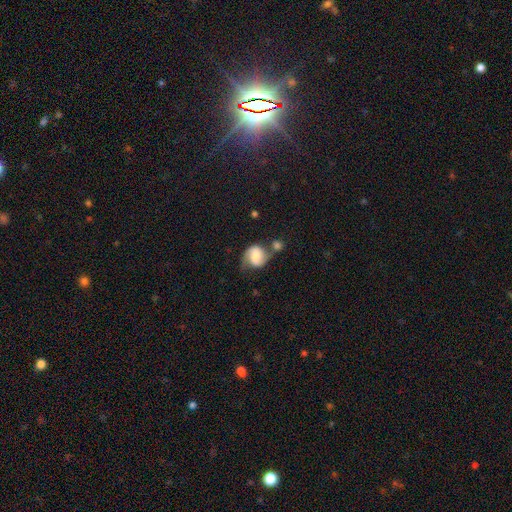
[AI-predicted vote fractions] featured or disk 54%, smooth 37%, star or artifact 8%. Down the decision tree: edge-on disk — no (97%); bar — no (49%); spiral arms — yes (88%); bulge size — moderate (24%); merging — none (39%).